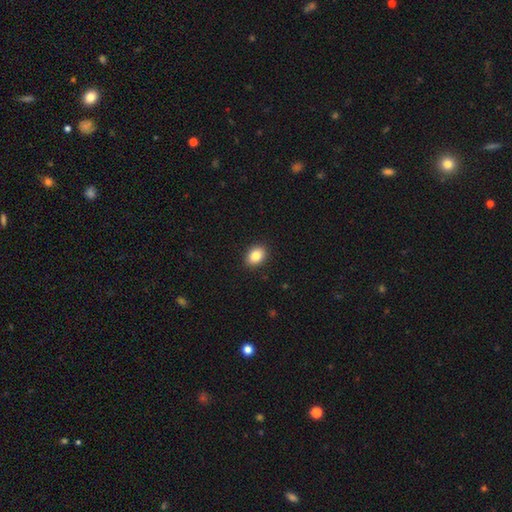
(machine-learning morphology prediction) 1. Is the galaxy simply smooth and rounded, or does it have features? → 85% smooth, 9% star or artifact, 6% featured or disk.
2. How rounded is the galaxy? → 68% in between, 31% round, 1% cigar-shaped.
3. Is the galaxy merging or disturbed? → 91% none, 7% minor disturbance, 2% major disturbance, 1% merger.